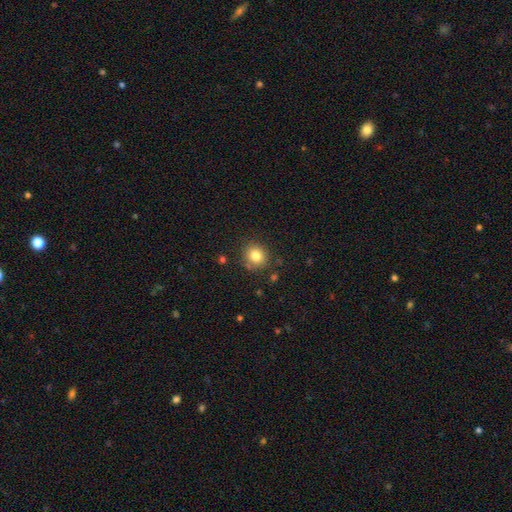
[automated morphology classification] Q: Smooth or featured?
A: smooth (81%); runner-up: star or artifact (11%)
Q: How rounded?
A: round (88%); runner-up: in between (11%)
Q: Merging?
A: none (83%); runner-up: minor disturbance (11%)